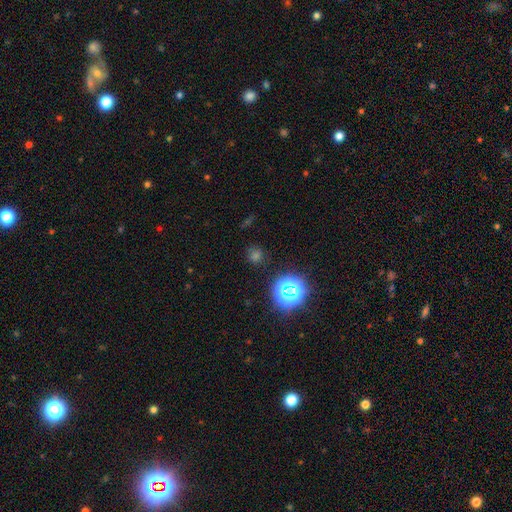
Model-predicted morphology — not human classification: This appears to be a smooth galaxy with no disk features (47%). Merging: none (84%).